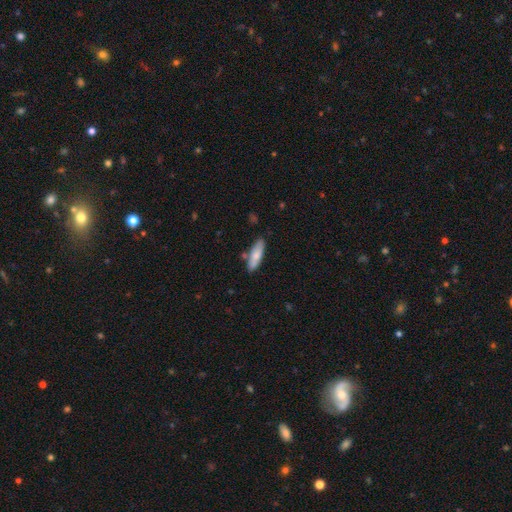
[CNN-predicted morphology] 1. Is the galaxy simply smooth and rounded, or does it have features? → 77% smooth, 18% featured or disk, 6% star or artifact.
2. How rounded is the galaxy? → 52% cigar-shaped, 46% in between, 2% round.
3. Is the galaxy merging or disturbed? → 78% none, 14% minor disturbance, 6% merger, 2% major disturbance.